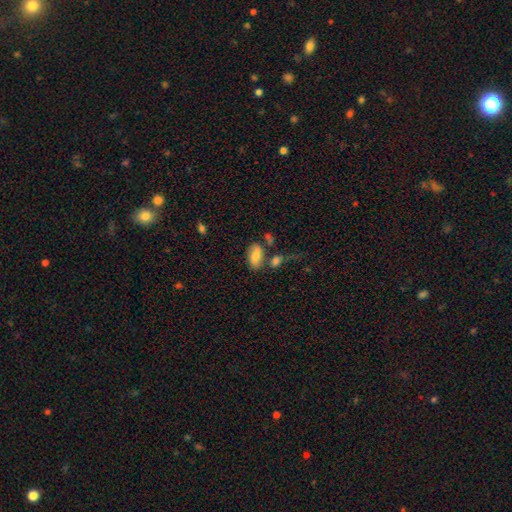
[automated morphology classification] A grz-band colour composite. It shows a smooth galaxy with no disk features (73%) that is in between round and cigar-shaped (90%). Merging: none (61%).